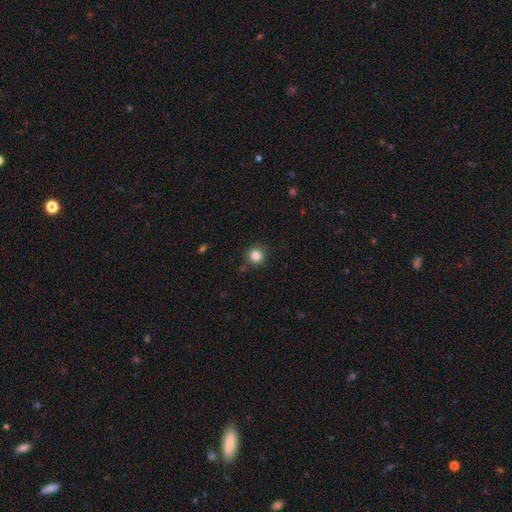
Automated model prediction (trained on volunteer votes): Q: Smooth or featured?
A: smooth (83%); runner-up: star or artifact (12%)
Q: How rounded?
A: round (94%); runner-up: in between (5%)
Q: Merging?
A: none (88%); runner-up: minor disturbance (8%)